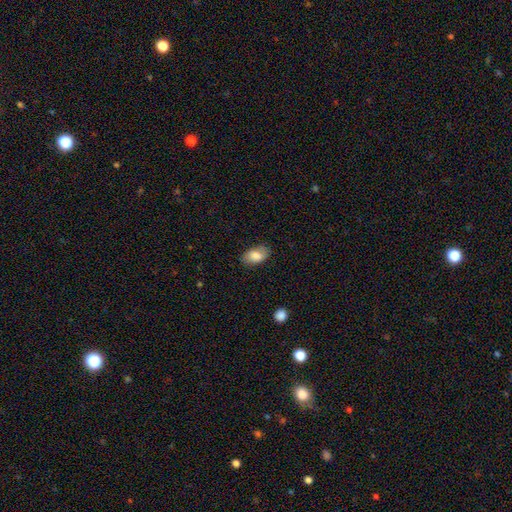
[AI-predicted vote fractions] Smooth or featured? Predicted: smooth (p=0.82). How rounded? Predicted: in between (p=0.92). Merging? Predicted: none (p=0.77).